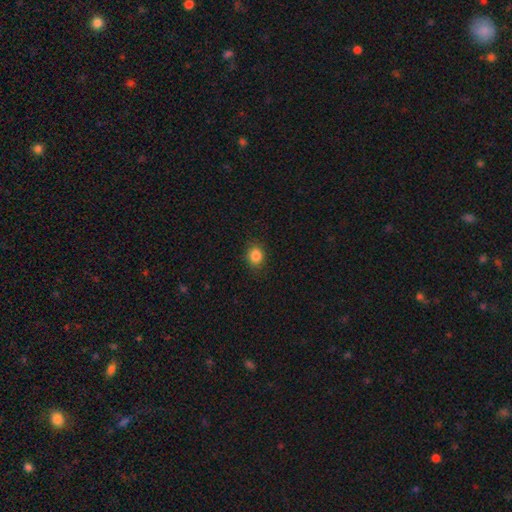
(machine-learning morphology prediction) The model was most divided on "how rounded": round: 68%, in between: 31%, cigar-shaped: 1%. More confident: merging — none (86%); smooth or featured — smooth (85%).